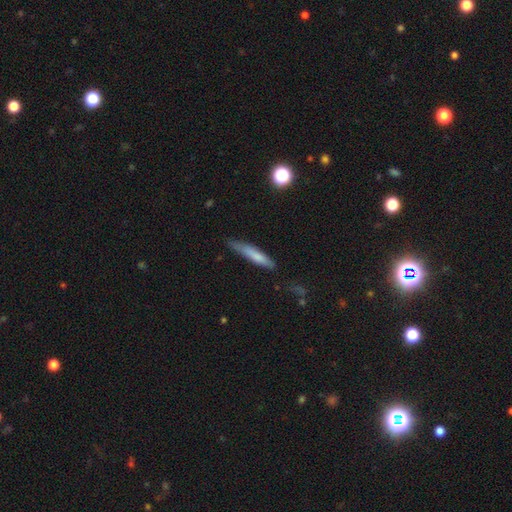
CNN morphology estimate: smooth_or_featured: smooth (p=0.70) [alt: featured or disk p=0.23]
how_rounded: cigar-shaped (p=0.90) [alt: in between p=0.08]
merging: none (p=0.69) [alt: minor disturbance p=0.24]